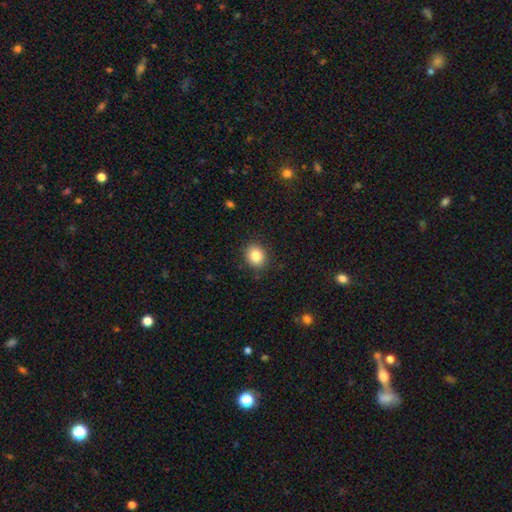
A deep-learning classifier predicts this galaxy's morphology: Smooth or featured? Predicted: smooth (p=0.84). How rounded? Predicted: round (p=0.64). Merging? Predicted: none (p=0.88).